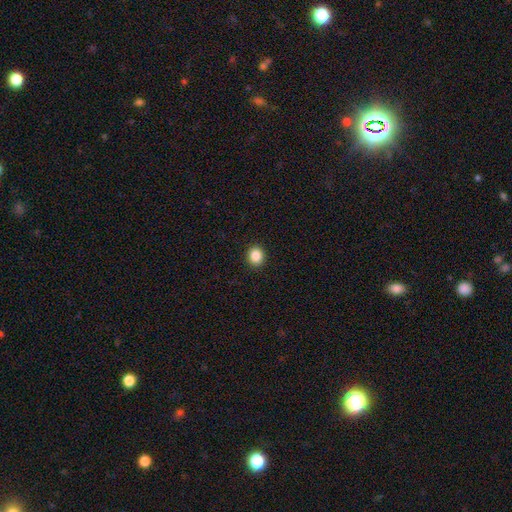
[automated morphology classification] smooth_or_featured: smooth (p=0.86) [alt: star or artifact p=0.10]
how_rounded: round (p=0.75) [alt: in between p=0.24]
merging: none (p=0.92) [alt: minor disturbance p=0.05]